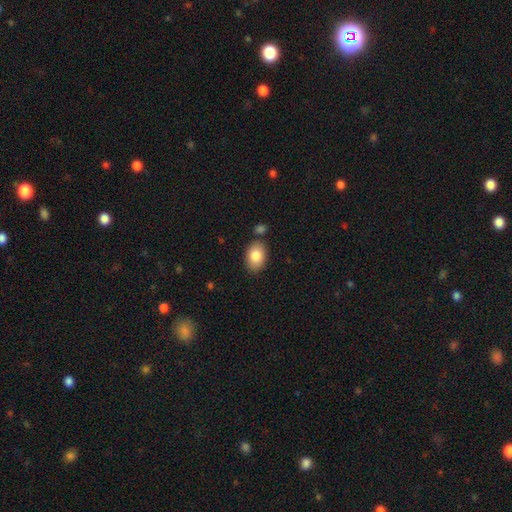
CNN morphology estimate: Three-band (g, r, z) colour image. It shows a smooth galaxy with no disk features (84%) that is in between round and cigar-shaped (87%). Merging: none (80%).